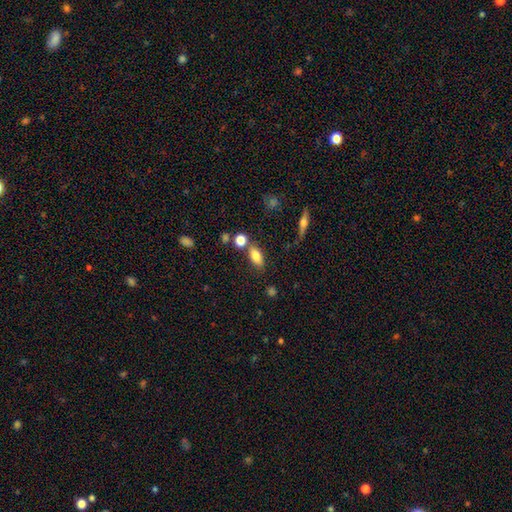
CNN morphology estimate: Smooth or featured: smooth — 78% (featured or disk — 13%)
How rounded: in between — 84% (cigar-shaped — 9%)
Merging: none — 68% (merger — 15%)